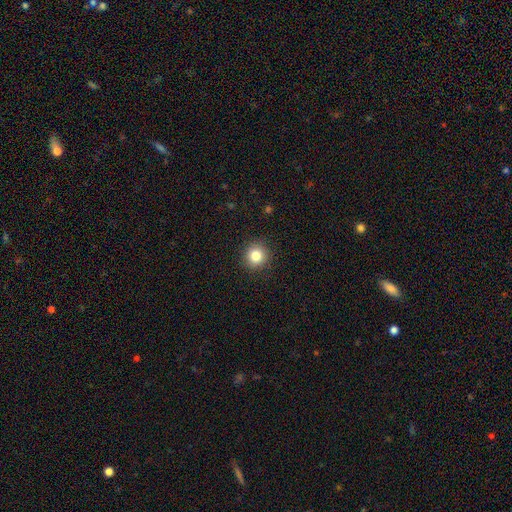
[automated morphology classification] Smooth or featured?
  - smooth: 83% *
  - star or artifact: 11%
  - featured or disk: 6%
How rounded?
  - round: 93% *
  - in between: 6%
  - cigar-shaped: 1%
Merging?
  - none: 91% *
  - minor disturbance: 6%
  - major disturbance: 2%
  - merger: 1%